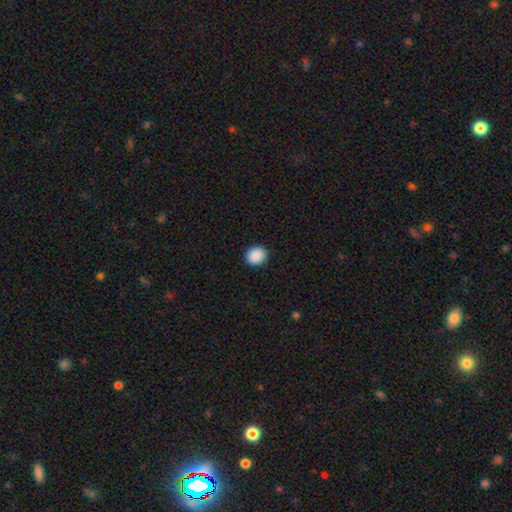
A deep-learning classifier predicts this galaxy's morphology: This is clearly a smooth galaxy (90%). How rounded: likely round (77%). Merging: clearly none (92%).